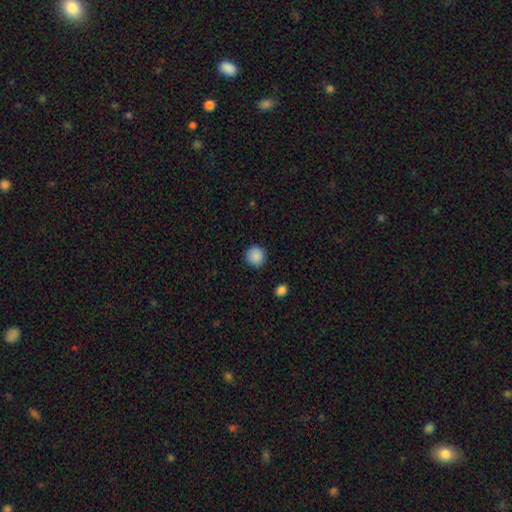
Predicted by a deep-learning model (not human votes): smooth 89%, star or artifact 9%, featured or disk 3%. Down the decision tree: how rounded — round (94%); merging — none (90%).